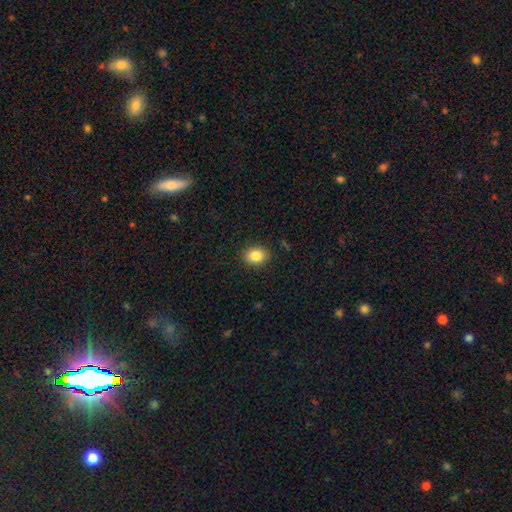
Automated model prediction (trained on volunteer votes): Overall: smooth (85%). How rounded: round (51%; in between 48%). Merging: none (89%).